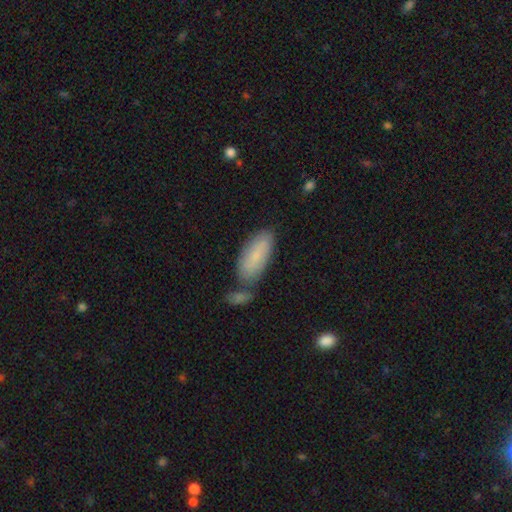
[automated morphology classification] smooth-or-featured: smooth: 76% | featured or disk: 18% | star or artifact: 7%
  how-rounded: in between: 79% | cigar-shaped: 19% | round: 2%
  merging: none: 59% | merger: 20% | minor disturbance: 17% | major disturbance: 4%